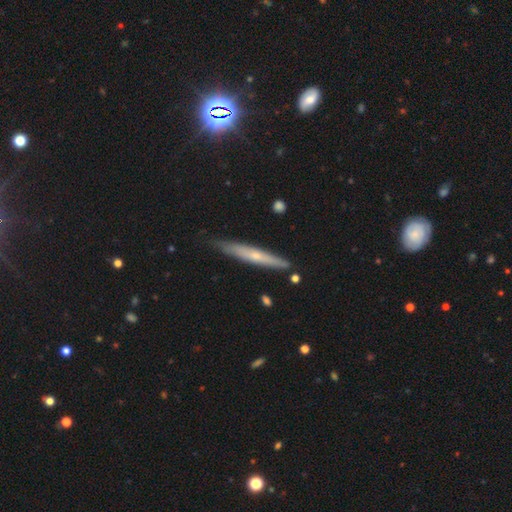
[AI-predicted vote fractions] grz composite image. It shows a featured or disk galaxy (50%) viewed edge-on (90%). Merging: none (81%).